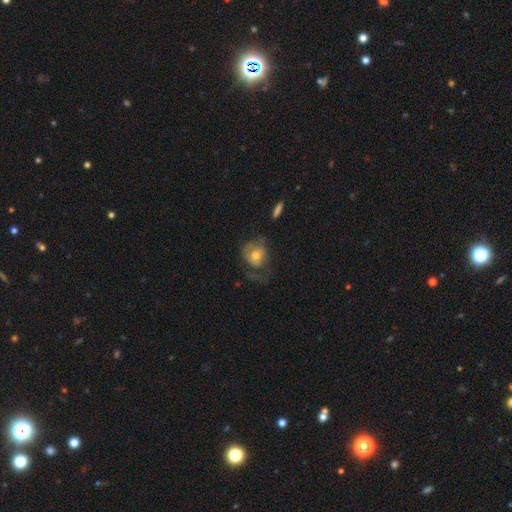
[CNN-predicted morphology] The model was most divided on "smooth or featured" (2-way tie): featured or disk: 46%, smooth: 46%, star or artifact: 7%. Remaining: merging — major disturbance (43%).